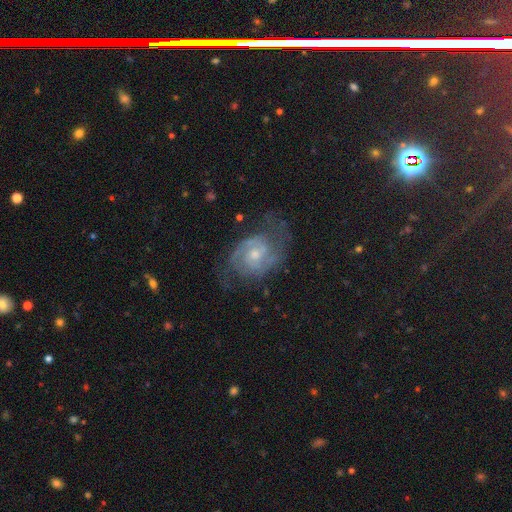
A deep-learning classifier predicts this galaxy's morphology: This appears to be a featured or disk galaxy (75%) with no bar (54%), 2 (80%) medium (46%) spiral arms (96%) and a small central bulge (54%). Merging: none (75%).